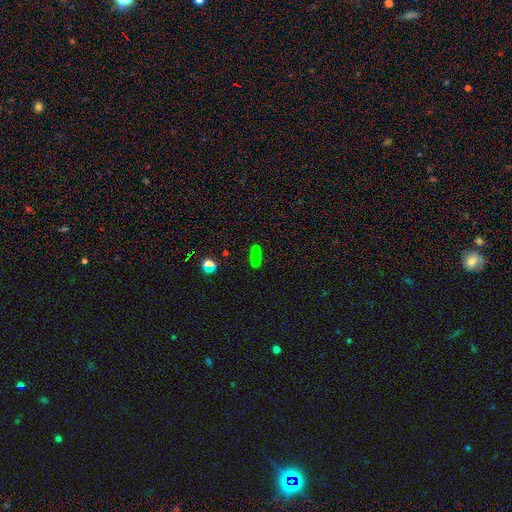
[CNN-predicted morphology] This is possibly a star or artifact rather than a galaxy (47%).